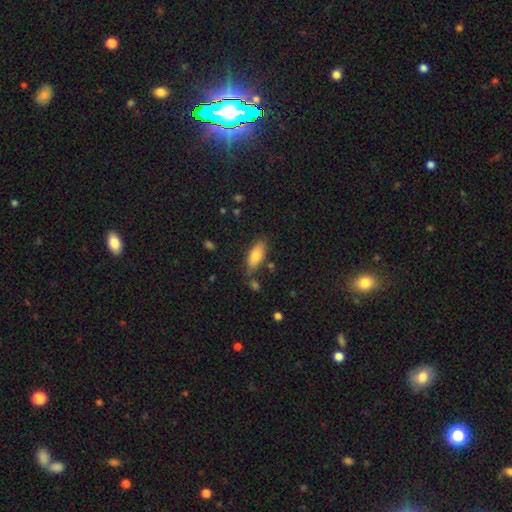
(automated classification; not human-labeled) Q: Smooth or featured?
A: smooth (79%); runner-up: featured or disk (14%)
Q: How rounded?
A: in between (80%); runner-up: cigar-shaped (17%)
Q: Merging?
A: none (75%); runner-up: minor disturbance (16%)